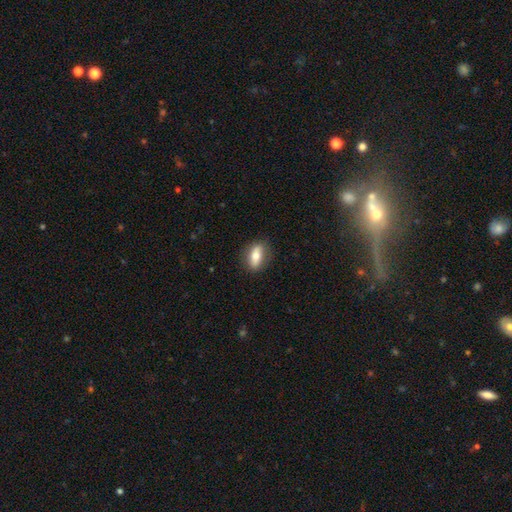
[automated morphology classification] type=smooth (65%); roundness=in between (77%); merging=none (83%).